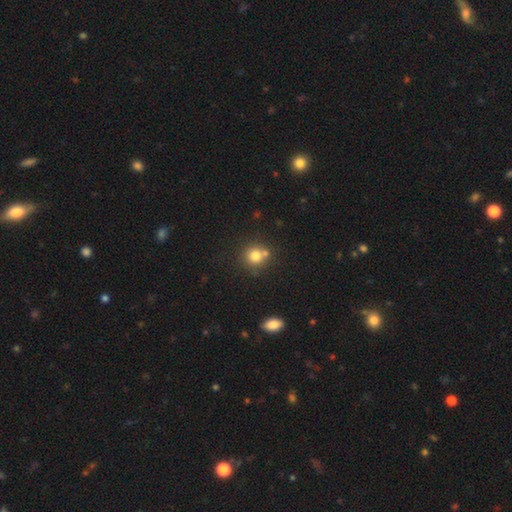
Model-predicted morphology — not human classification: This is likely a smooth galaxy (78%). How rounded: clearly round (88%). Merging: likely none (60%).